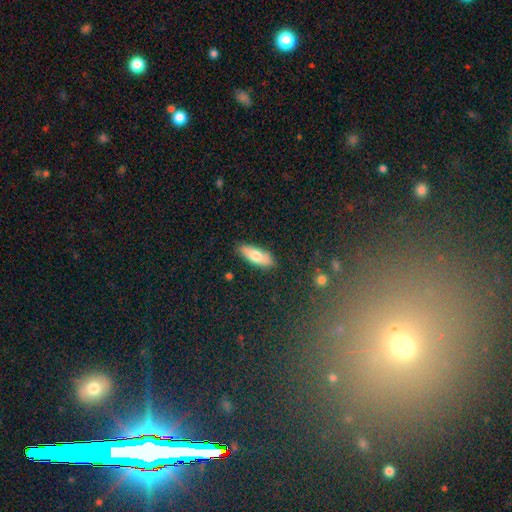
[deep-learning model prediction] Q: Smooth or featured?
A: smooth (73%); runner-up: featured or disk (21%)
Q: How rounded?
A: in between (66%); runner-up: cigar-shaped (32%)
Q: Merging?
A: none (86%); runner-up: minor disturbance (11%)